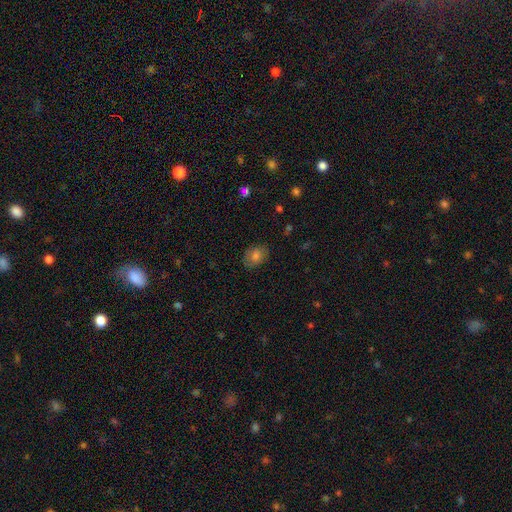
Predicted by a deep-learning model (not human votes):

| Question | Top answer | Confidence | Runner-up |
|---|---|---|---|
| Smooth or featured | smooth | 73% | featured or disk (14%) |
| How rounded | in between | 64% | round (35%) |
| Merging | none | 81% | minor disturbance (14%) |